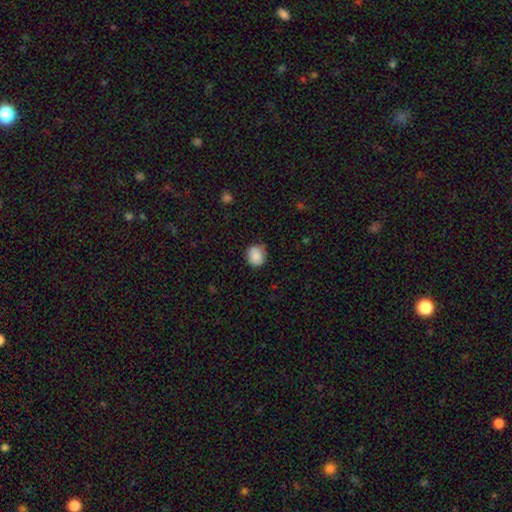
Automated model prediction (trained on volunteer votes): Overall: smooth (87%). How rounded: round (77%). Merging: none (74%).